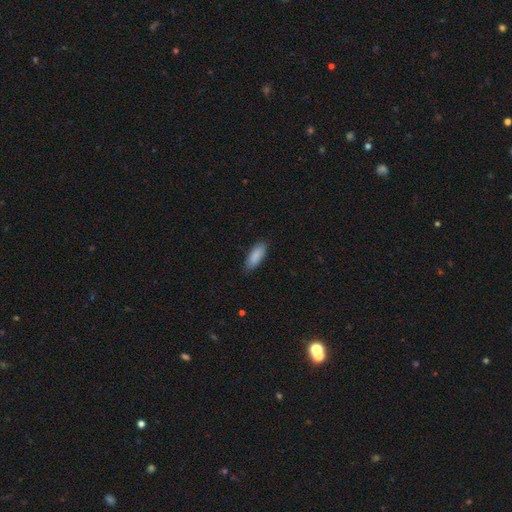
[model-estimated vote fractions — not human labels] Smooth or featured: smooth — 89% (star or artifact — 6%)
How rounded: in between — 75% (cigar-shaped — 24%)
Merging: none — 83% (minor disturbance — 14%)